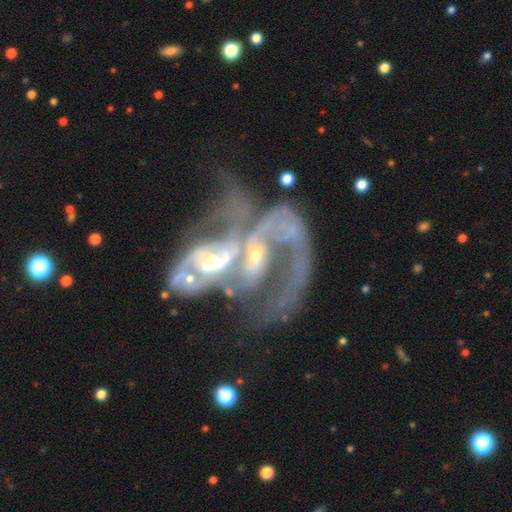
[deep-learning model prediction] Smooth or featured?
  - featured or disk: 82% *
  - smooth: 10%
  - star or artifact: 8%
Edge-on disk?
  - no: 96% *
  - yes: 4%
Bar?
  - no: 58% *
  - weak: 29%
  - strong: 13%
Spiral arms?
  - yes: 75% *
  - no: 25%
Spiral winding?
  - loose: 43% *
  - medium: 36%
  - tight: 21%
Spiral arm count?
  - 2: 41% *
  - can't tell: 27%
  - 1: 24%
  - 3: 4%
  - 4: 2%
  - more than 4: 2%
Bulge size?
  - moderate: 45% *
  - small: 40%
  - none: 8%
  - large: 5%
  - dominant: 2%
Merging?
  - merger: 80% *
  - major disturbance: 12%
  - none: 5%
  - minor disturbance: 3%